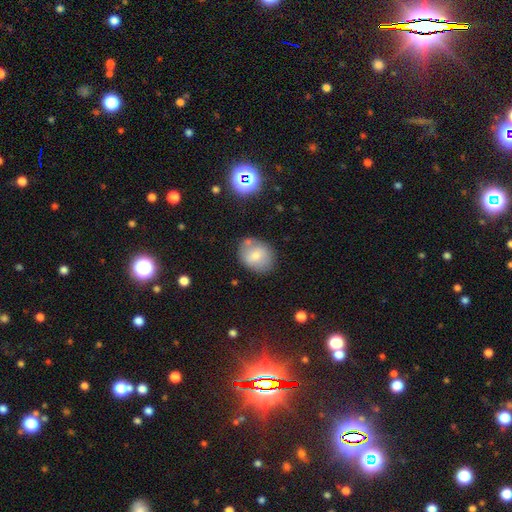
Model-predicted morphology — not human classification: Smooth or featured? Predicted: smooth (p=0.70). How rounded? Predicted: round (p=0.55). Merging? Predicted: none (p=0.73).